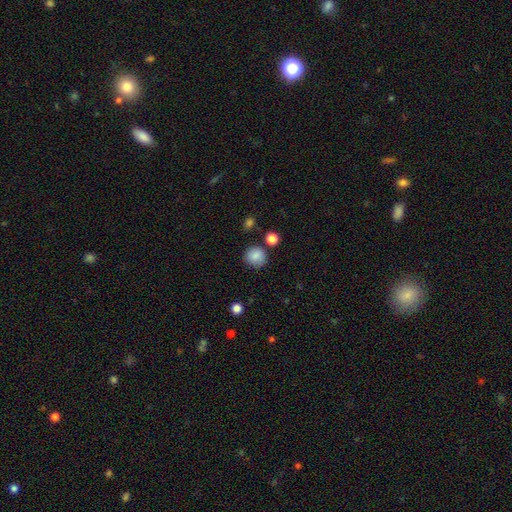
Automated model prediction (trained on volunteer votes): smooth 85%, star or artifact 9%, featured or disk 6%. Down the decision tree: how rounded — round (88%); merging — none (80%).